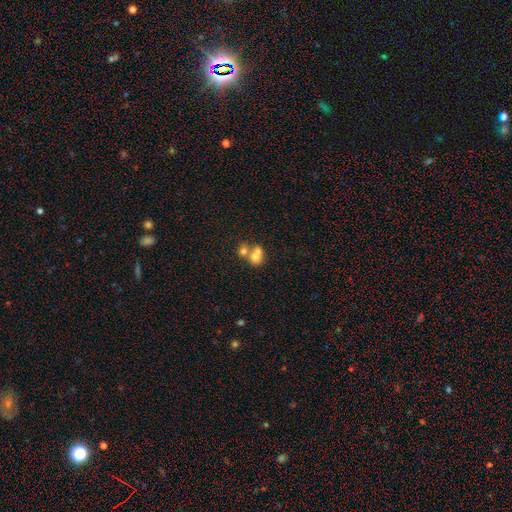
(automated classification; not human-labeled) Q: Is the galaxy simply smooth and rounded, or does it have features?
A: smooth — 67%.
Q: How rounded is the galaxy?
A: round — 61%.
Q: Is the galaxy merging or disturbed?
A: merger — 67%.